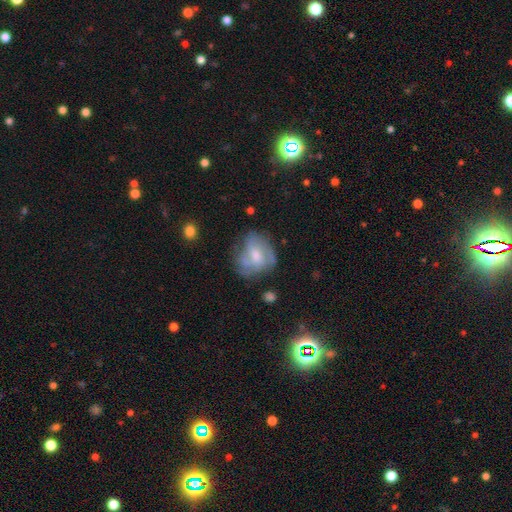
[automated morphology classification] A featured or disk galaxy (52%) with no bar (53%), spiral arms (57%) and a moderate central bulge (50%).

Vote fractions:
- Smooth or featured? featured or disk: 52% / smooth: 40% / star or artifact: 8%
- Edge-on disk? no: 97% / yes: 3%
- Bar? no: 53% / weak: 39% / strong: 8%
- Spiral arms? yes: 57% / no: 43%
- Bulge size? moderate: 50% / small: 30% / none: 11% / large: 8% / dominant: 1%
- Merging? none: 47% / minor disturbance: 27% / major disturbance: 21% / merger: 6%